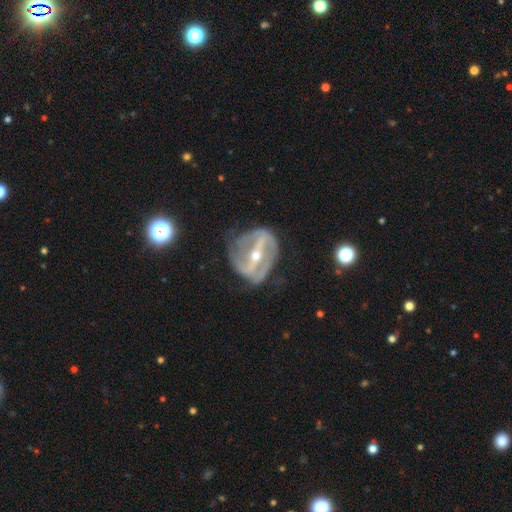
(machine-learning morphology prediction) Overall: featured or disk (87%). Edge-on disk: no (92%). Bar: strong (79%). Spiral arms: yes (81%). Spiral arm count: 2 (72%). Spiral winding: medium (41%; tight 32%). Bulge size: small (56%; moderate 42%). Merging: none (61%; minor disturbance 22%).